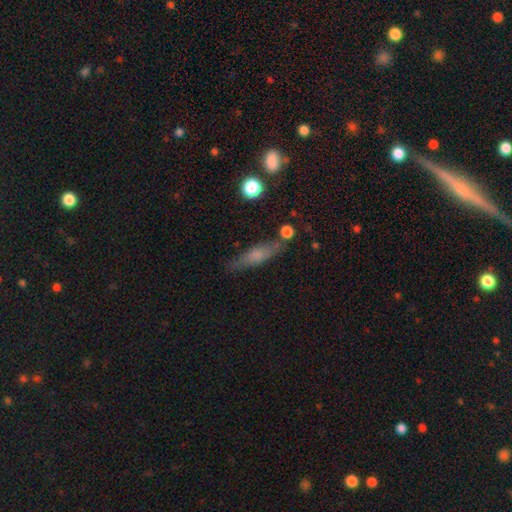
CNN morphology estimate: smooth-or-featured: smooth: 47% | featured or disk: 43% | star or artifact: 10%
  merging: none: 76% | minor disturbance: 15% | major disturbance: 4% | merger: 4%